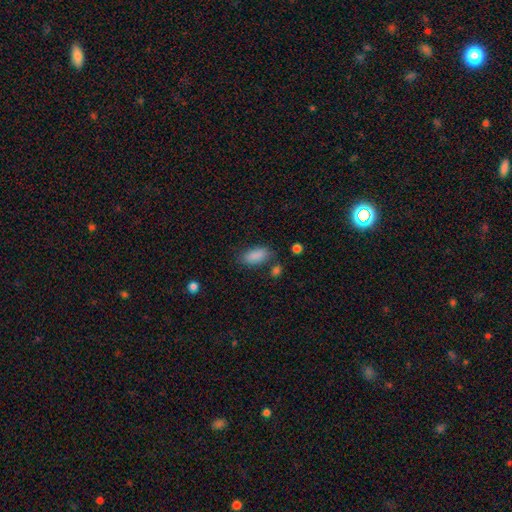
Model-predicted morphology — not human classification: smooth 88%, star or artifact 7%, featured or disk 4%. Down the decision tree: how rounded — in between (90%); merging — none (77%).